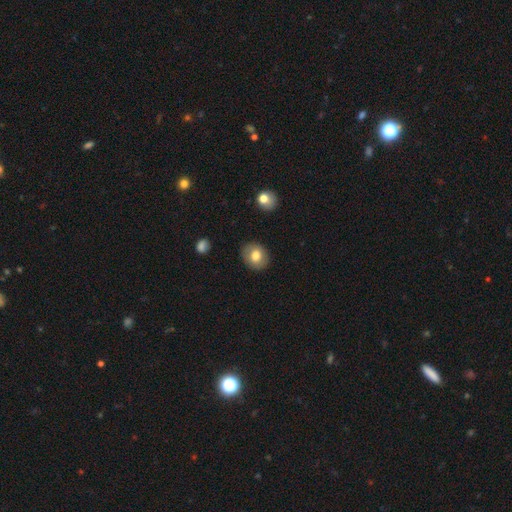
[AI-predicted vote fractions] Q: Smooth or featured?
A: smooth (76%); runner-up: featured or disk (17%)
Q: How rounded?
A: round (61%); runner-up: in between (38%)
Q: Merging?
A: none (87%); runner-up: minor disturbance (9%)